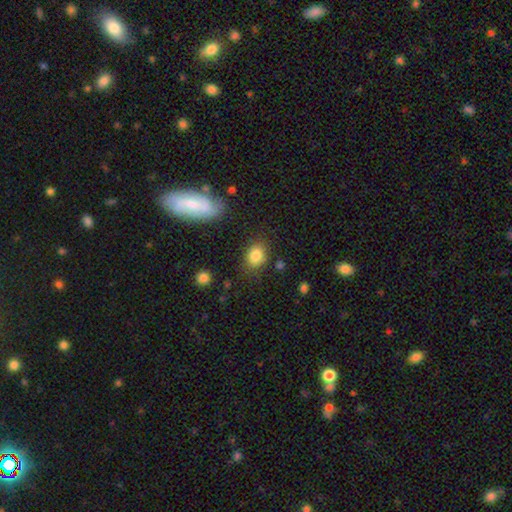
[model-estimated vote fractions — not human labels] This is clearly a smooth galaxy (84%). How rounded: possibly in between (58%). Merging: likely none (79%).